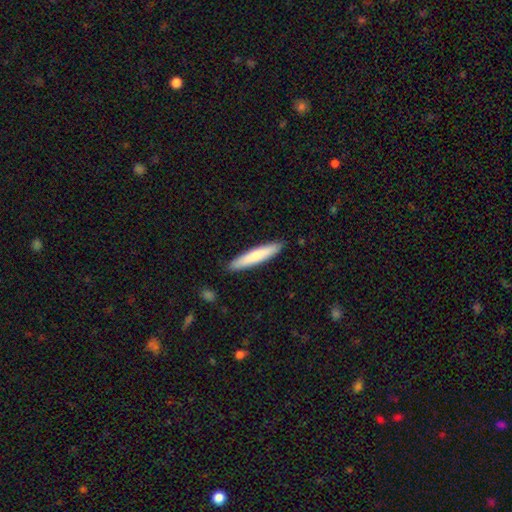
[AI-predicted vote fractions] Overall: smooth (72%). How rounded: cigar-shaped (91%). Merging: none (91%).